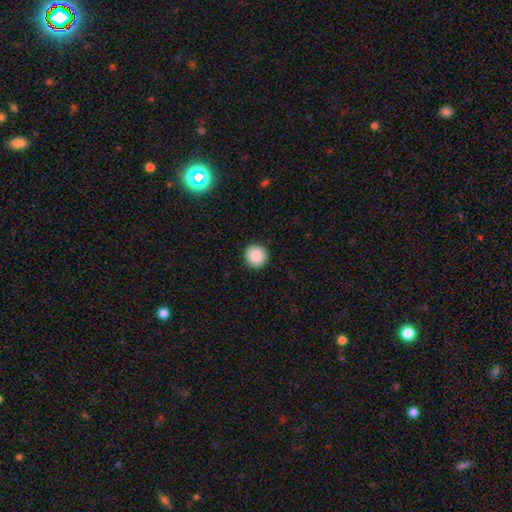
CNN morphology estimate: Smooth or featured?
  - smooth: 90% *
  - star or artifact: 8%
  - featured or disk: 2%
How rounded?
  - round: 95% *
  - in between: 4%
  - cigar-shaped: 1%
Merging?
  - none: 93% *
  - minor disturbance: 5%
  - major disturbance: 2%
  - merger: 1%